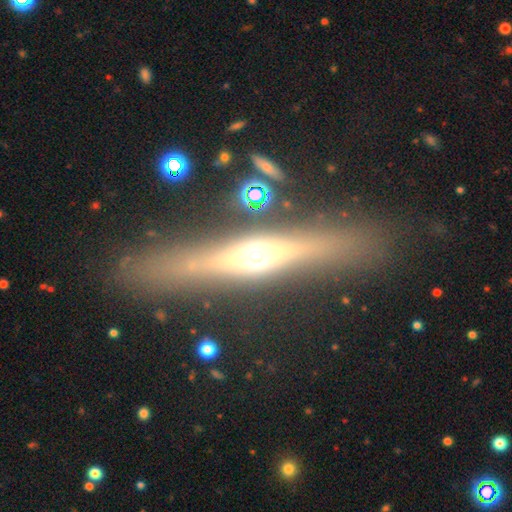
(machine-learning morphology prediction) A featured or disk galaxy (64%) viewed edge-on (91%) with a rounded central bulge (92%).

Vote fractions:
- Smooth or featured? featured or disk: 64% / smooth: 25% / star or artifact: 11%
- Edge-on disk? yes: 91% / no: 9%
- Edge-on bulge? rounded: 92% / boxy: 5% / none: 3%
- Merging? none: 83% / minor disturbance: 9% / major disturbance: 4% / merger: 3%